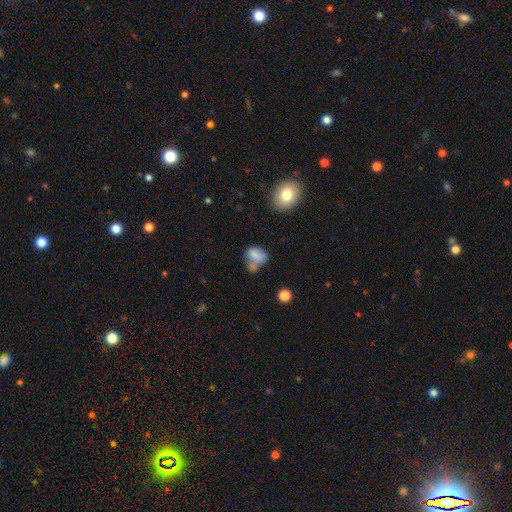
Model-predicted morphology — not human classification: This appears to be a smooth galaxy with no disk features (73%) that is in between round and cigar-shaped (63%). Merging: none (32%).